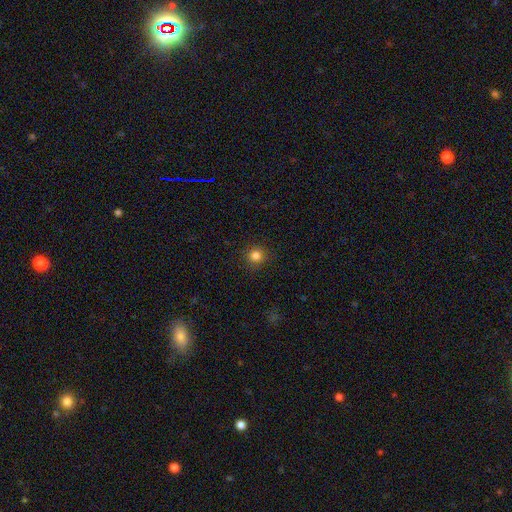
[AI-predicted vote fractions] smooth-or-featured: smooth: 83% | star or artifact: 13% | featured or disk: 4%
  how-rounded: round: 92% | in between: 7% | cigar-shaped: 1%
  merging: none: 90% | minor disturbance: 6% | major disturbance: 2% | merger: 1%